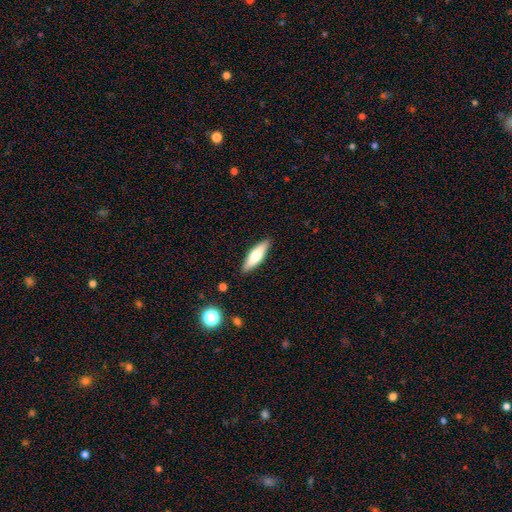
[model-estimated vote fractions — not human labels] A smooth galaxy with no disk features (64%) that is cigar-shaped (58%).

Vote fractions:
- Smooth or featured? smooth: 64% / featured or disk: 30% / star or artifact: 6%
- How rounded? cigar-shaped: 58% / in between: 41% / round: 2%
- Merging? none: 88% / minor disturbance: 9% / major disturbance: 2% / merger: 1%